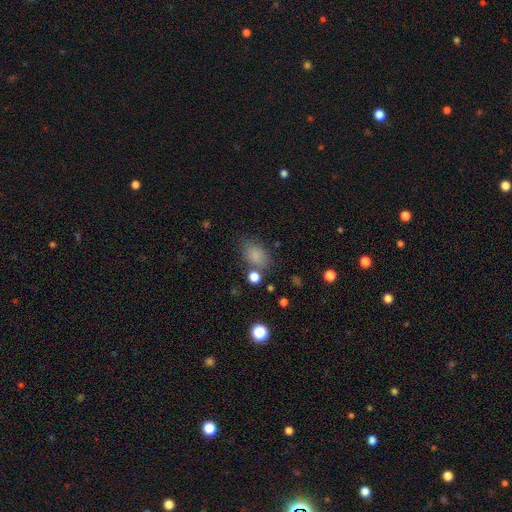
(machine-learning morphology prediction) This is clearly a smooth galaxy (82%). How rounded: likely in between (78%). Merging: likely none (70%).